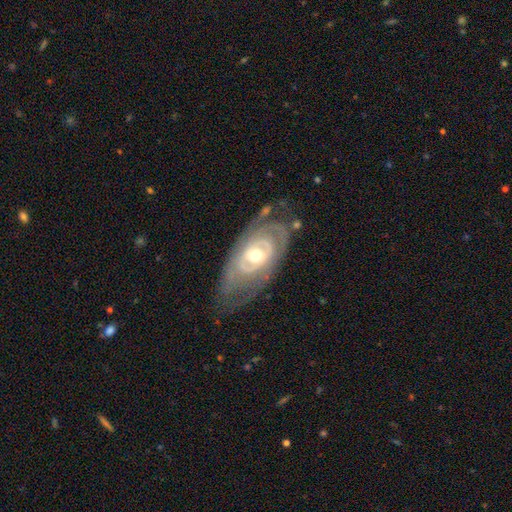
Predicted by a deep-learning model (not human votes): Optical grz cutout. It shows a featured or disk galaxy (82%) with no bar (65%), 2 (42%) tight (67%) spiral arms (73%) and a moderate central bulge (69%). Merging: none (67%).